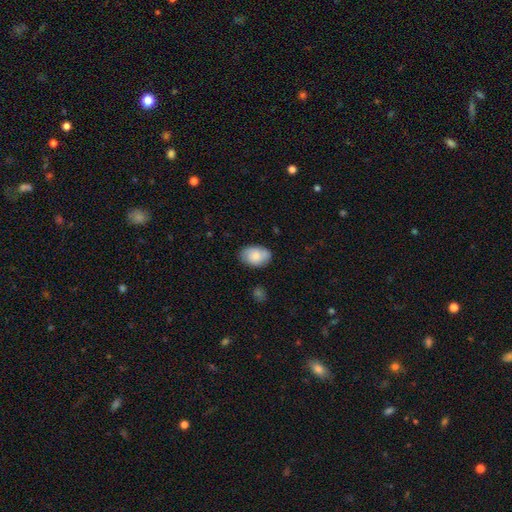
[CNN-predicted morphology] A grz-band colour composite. It shows a smooth galaxy with no disk features (76%) that is in between round and cigar-shaped (85%). Merging: none (77%).